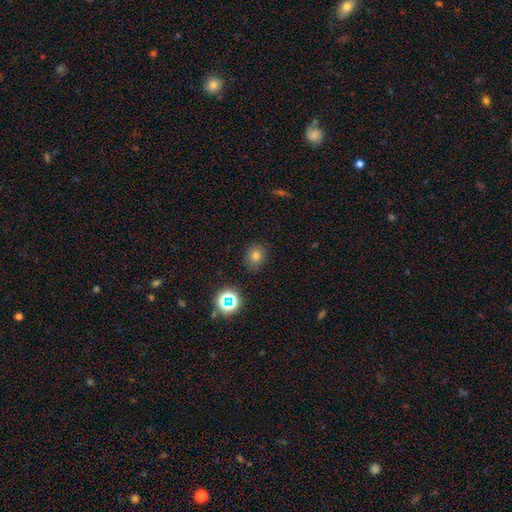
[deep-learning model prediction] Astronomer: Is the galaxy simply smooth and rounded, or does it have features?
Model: smooth — 74%.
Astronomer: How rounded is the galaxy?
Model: round — 63%.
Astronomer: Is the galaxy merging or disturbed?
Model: none — 82%.